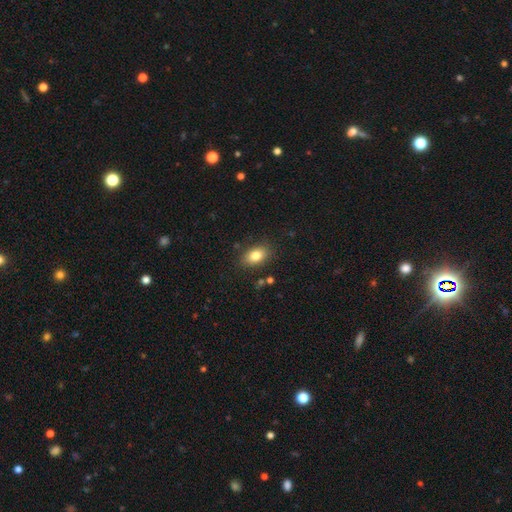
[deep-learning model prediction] Overall: smooth (82%). How rounded: in between (88%). Merging: none (84%).